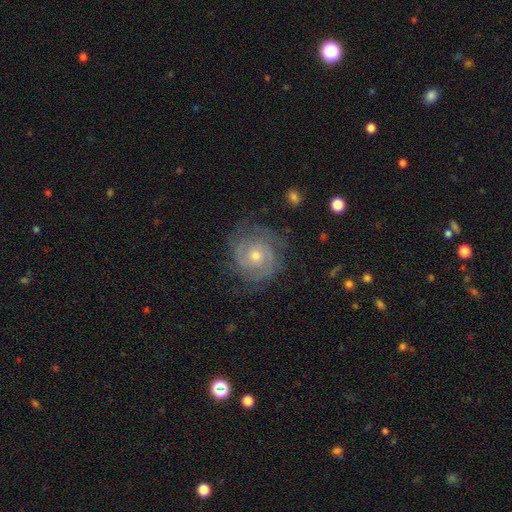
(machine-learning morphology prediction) Smooth or featured? featured or disk (83%)
Edge-on disk? no (98%)
Bar? no (74%)
Spiral arms? yes (94%)
Spiral winding? tight (66%)
Spiral arm count? 2 (45%)
Bulge size? moderate (54%)
Merging? none (75%)